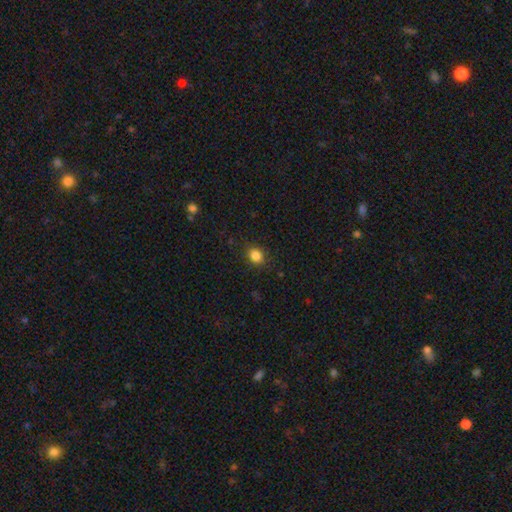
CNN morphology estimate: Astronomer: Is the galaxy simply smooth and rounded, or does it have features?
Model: smooth — 84%.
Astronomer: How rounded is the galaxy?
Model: round — 63%.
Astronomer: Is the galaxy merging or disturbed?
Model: none — 87%.